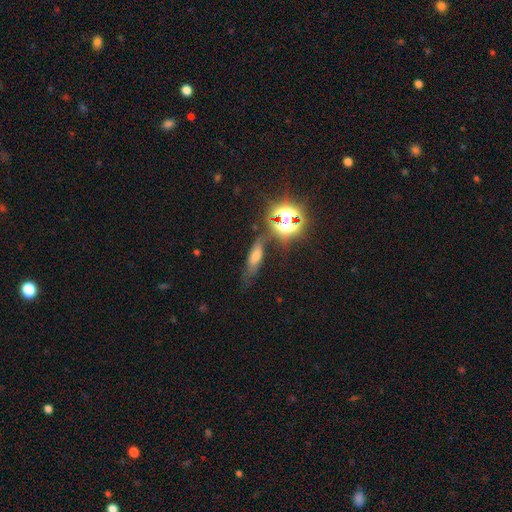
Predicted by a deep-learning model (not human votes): Smooth or featured? smooth (49%)
Merging? none (64%)